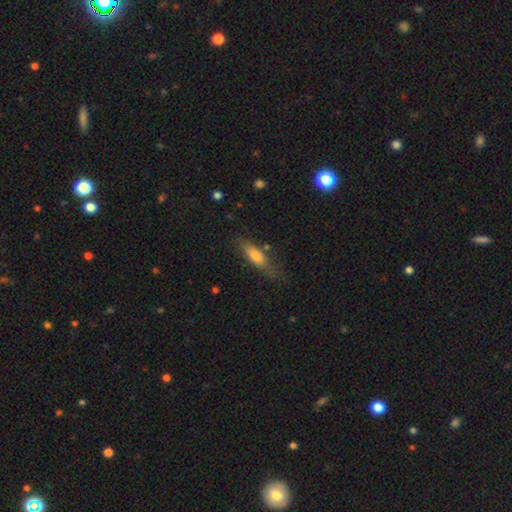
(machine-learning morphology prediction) Smooth or featured? smooth (70%)
How rounded? in between (51%)
Merging? none (64%)